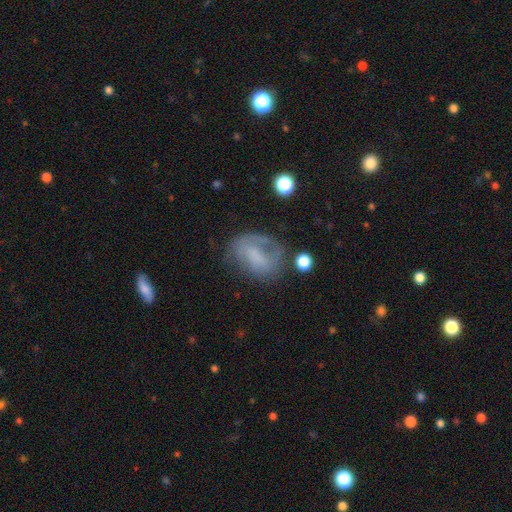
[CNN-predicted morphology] Overall: featured or disk (45%; smooth 43%). Merging: none (47%; minor disturbance 26%).